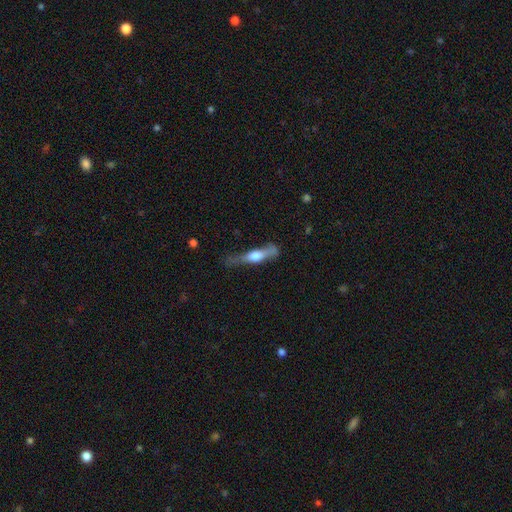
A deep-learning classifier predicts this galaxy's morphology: Overall: featured or disk (56%; smooth 38%). Edge-on disk: yes (90%). Edge-on bulge: rounded (85%). Merging: none (53%; minor disturbance 28%).